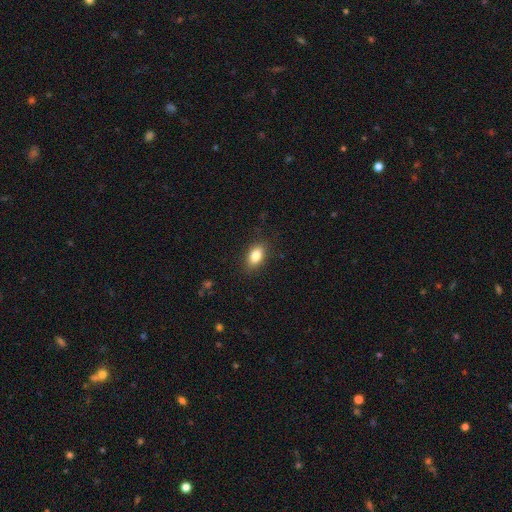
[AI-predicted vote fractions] smooth_or_featured: smooth (p=0.83) [alt: featured or disk p=0.09]
how_rounded: in between (p=0.86) [alt: round p=0.10]
merging: none (p=0.86) [alt: minor disturbance p=0.11]